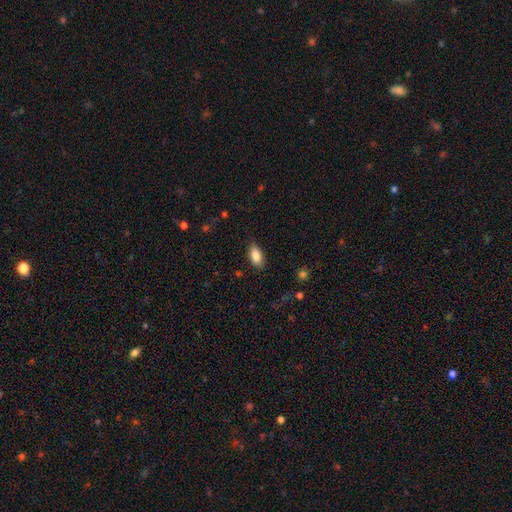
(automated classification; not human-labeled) This is clearly a smooth galaxy (85%). How rounded: clearly in between (90%). Merging: clearly none (85%).